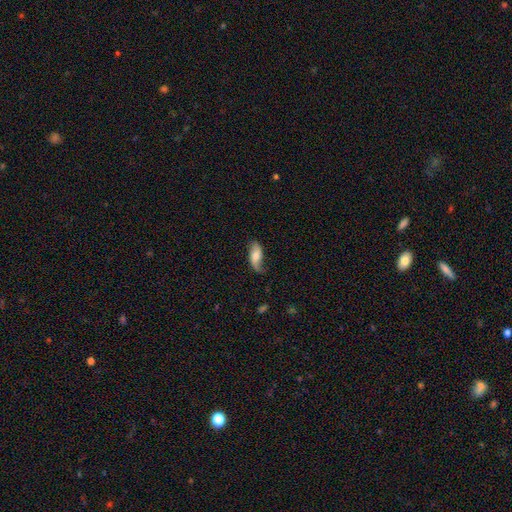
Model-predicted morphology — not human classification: A featured or disk galaxy (48%).

Vote fractions:
- Smooth or featured? featured or disk: 48% / smooth: 45% / star or artifact: 7%
- Merging? none: 59% / minor disturbance: 28% / major disturbance: 11% / merger: 2%